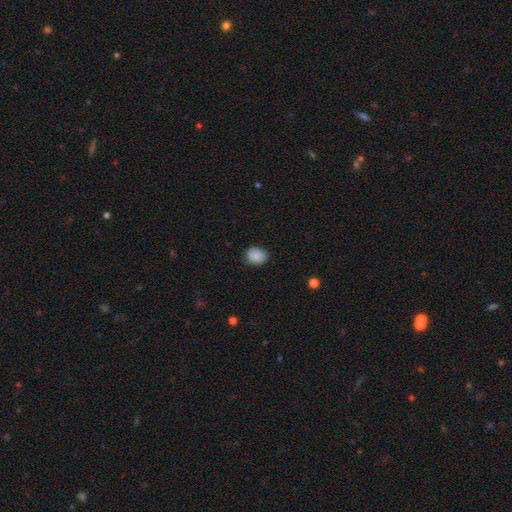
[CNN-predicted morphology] This is clearly a smooth galaxy (88%). How rounded: possibly in between (51%). Merging: likely none (79%).